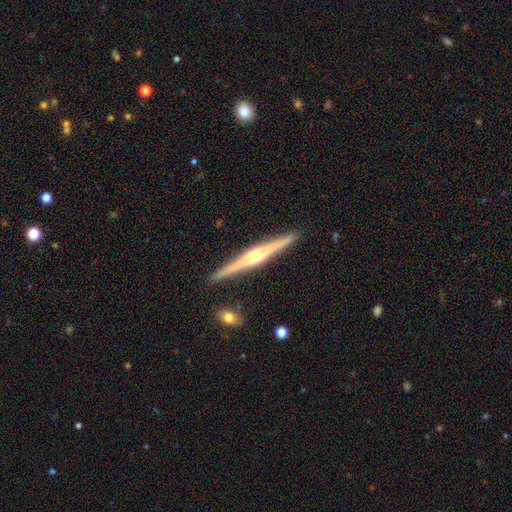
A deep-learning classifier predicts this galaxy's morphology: This is clearly a featured or disk galaxy (81%). It is clearly viewed edge-on (98%). Edge-on bulge: possibly rounded (59%). Merging: clearly none (91%).